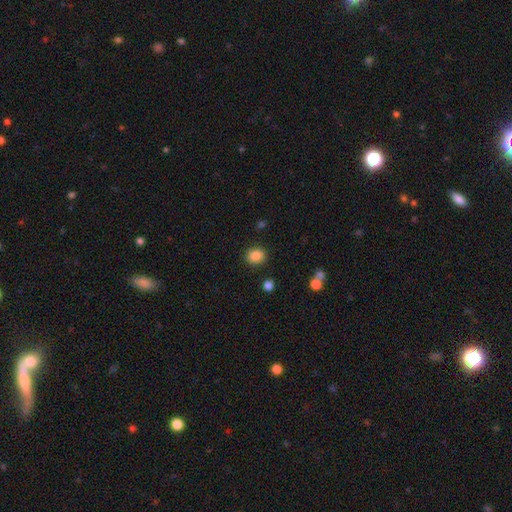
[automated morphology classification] Overall: smooth (86%). How rounded: round (68%; in between 31%). Merging: none (89%).